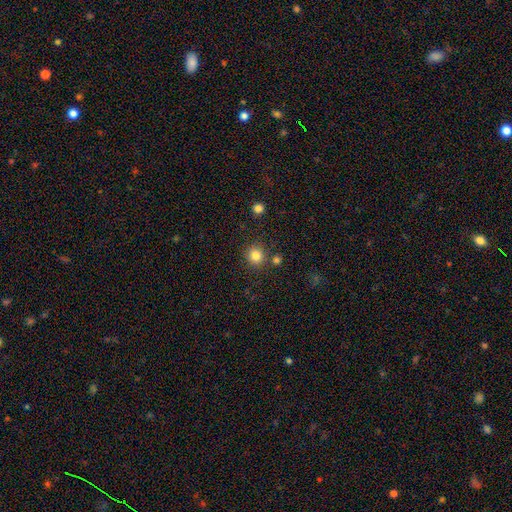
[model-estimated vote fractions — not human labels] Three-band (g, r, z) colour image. It shows a smooth galaxy with no disk features (83%) that is round (92%). Merging: none (83%).